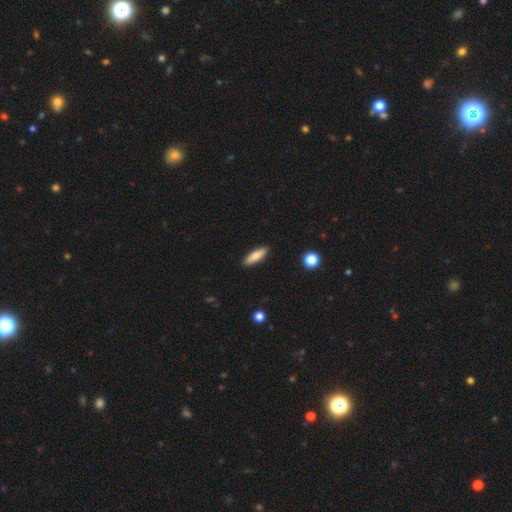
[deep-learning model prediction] Smooth or featured? smooth (76%)
How rounded? cigar-shaped (60%)
Merging? none (89%)